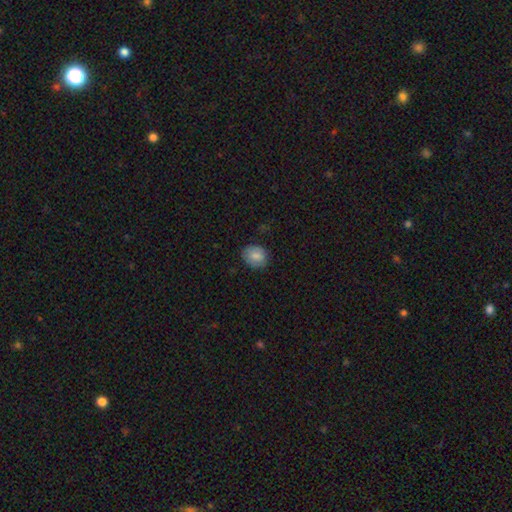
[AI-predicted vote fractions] This appears to be a smooth galaxy with no disk features (84%) that is round (61%). Merging: none (82%).